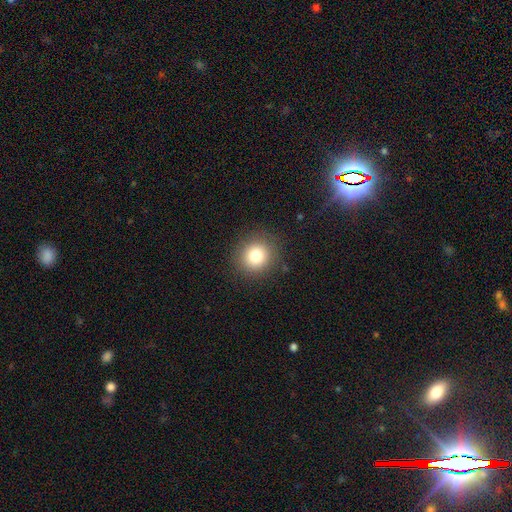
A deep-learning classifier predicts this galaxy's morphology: smooth 80%, star or artifact 12%, featured or disk 8%. Down the decision tree: how rounded — round (89%); merging — none (89%).